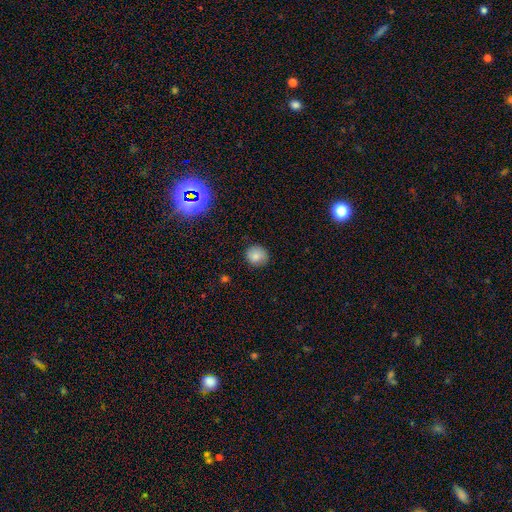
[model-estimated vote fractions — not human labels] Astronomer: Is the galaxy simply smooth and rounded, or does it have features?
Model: smooth — 83%.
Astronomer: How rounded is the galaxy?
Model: round — 85%.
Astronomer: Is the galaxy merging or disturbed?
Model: none — 86%.